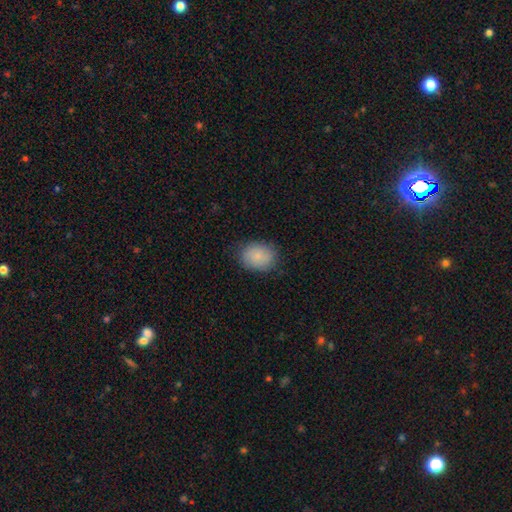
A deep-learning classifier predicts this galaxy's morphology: A smooth galaxy with no disk features (79%) that is in between round and cigar-shaped (54%).

Vote fractions:
- Smooth or featured? smooth: 79% / featured or disk: 13% / star or artifact: 7%
- How rounded? in between: 54% / round: 45% / cigar-shaped: 1%
- Merging? none: 80% / minor disturbance: 15% / major disturbance: 4% / merger: 1%